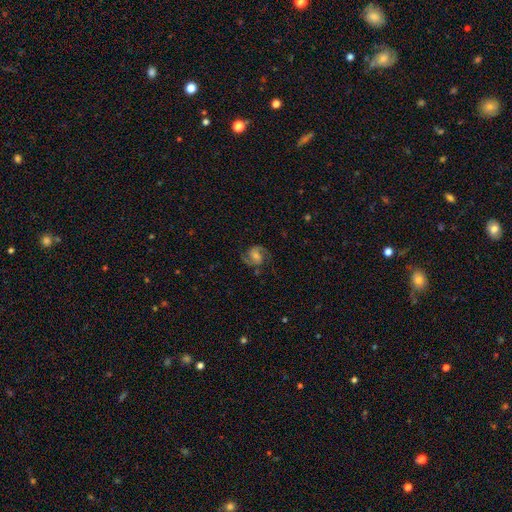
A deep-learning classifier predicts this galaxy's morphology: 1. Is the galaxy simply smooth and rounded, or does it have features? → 85% featured or disk, 8% smooth, 7% star or artifact.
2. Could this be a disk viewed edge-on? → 98% no, 2% yes.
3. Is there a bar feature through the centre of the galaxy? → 45% weak, 39% no, 15% strong.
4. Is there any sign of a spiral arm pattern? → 97% yes, 3% no.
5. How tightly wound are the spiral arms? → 60% medium, 22% tight, 18% loose.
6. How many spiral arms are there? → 93% 2, 2% can't tell, 1% 1, 1% 3, 1% 4, 1% more than 4.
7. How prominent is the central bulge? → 43% moderate, 36% small, 11% none, 9% large, 2% dominant.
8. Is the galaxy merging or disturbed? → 80% none, 13% minor disturbance, 6% major disturbance, 1% merger.